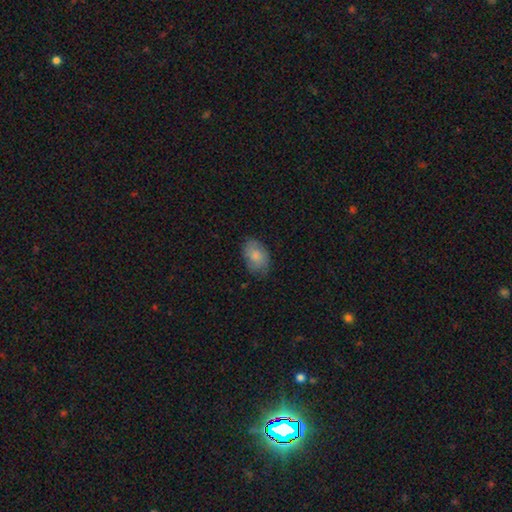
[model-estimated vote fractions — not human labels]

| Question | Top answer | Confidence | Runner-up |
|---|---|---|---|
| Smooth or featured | smooth | 77% | featured or disk (17%) |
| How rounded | in between | 86% | round (13%) |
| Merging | none | 70% | minor disturbance (23%) |